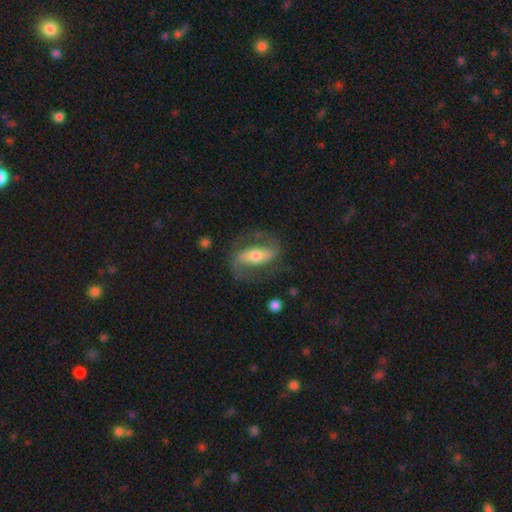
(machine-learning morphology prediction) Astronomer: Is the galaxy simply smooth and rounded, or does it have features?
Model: featured or disk — 80%.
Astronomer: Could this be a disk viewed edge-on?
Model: no — 91%.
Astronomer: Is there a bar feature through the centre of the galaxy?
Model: strong — 57%.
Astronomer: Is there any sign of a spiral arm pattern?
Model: yes — 90%.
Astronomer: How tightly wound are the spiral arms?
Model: medium — 48% (runner-up: loose, 34%).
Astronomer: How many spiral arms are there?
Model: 2 — 91%.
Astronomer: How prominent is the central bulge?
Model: moderate — 62%.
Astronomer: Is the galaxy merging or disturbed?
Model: none — 74%.